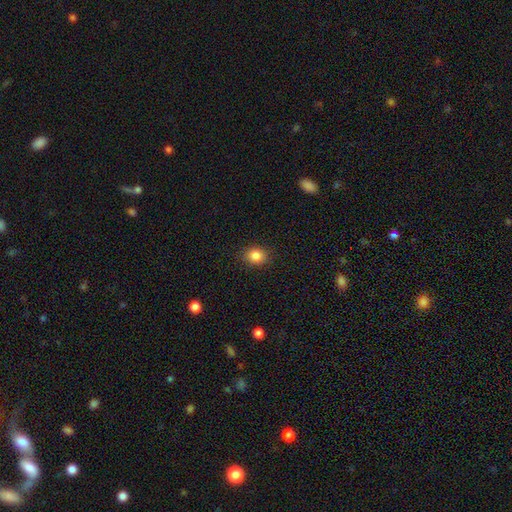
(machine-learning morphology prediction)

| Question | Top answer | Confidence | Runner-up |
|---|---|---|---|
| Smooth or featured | smooth | 85% | star or artifact (10%) |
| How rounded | round | 65% | in between (34%) |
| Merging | none | 88% | minor disturbance (8%) |